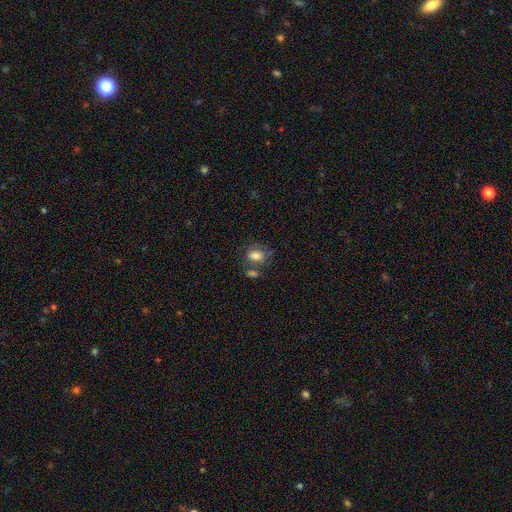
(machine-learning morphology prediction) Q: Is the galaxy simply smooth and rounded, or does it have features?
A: smooth — 77%.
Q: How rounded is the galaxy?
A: in between — 71%.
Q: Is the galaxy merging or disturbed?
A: none — 48%.